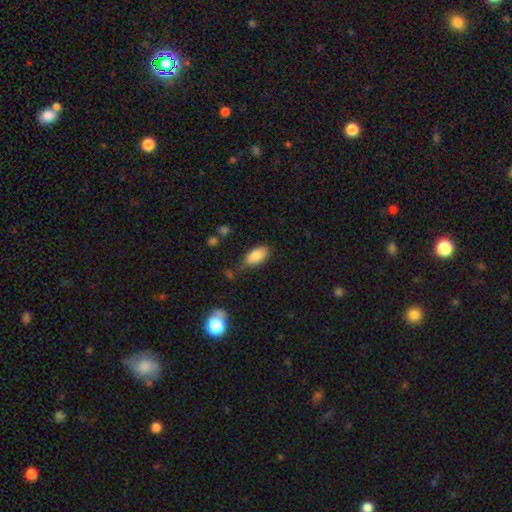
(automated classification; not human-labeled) Overall: smooth (85%). How rounded: in between (90%). Merging: none (70%).